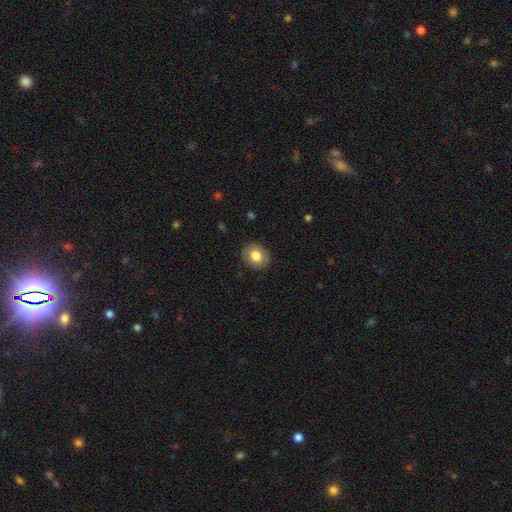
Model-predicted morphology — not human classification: Q: Smooth or featured?
A: smooth (80%); runner-up: featured or disk (13%)
Q: How rounded?
A: round (53%); runner-up: in between (46%)
Q: Merging?
A: none (88%); runner-up: minor disturbance (9%)